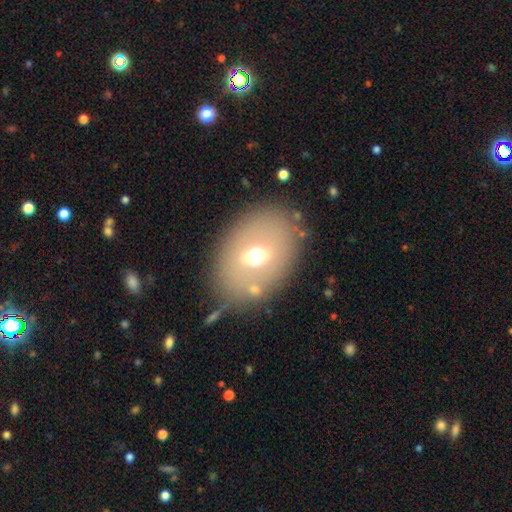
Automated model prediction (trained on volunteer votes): This is possibly a smooth galaxy (53%). How rounded: likely in between (72%). Merging: likely none (78%).